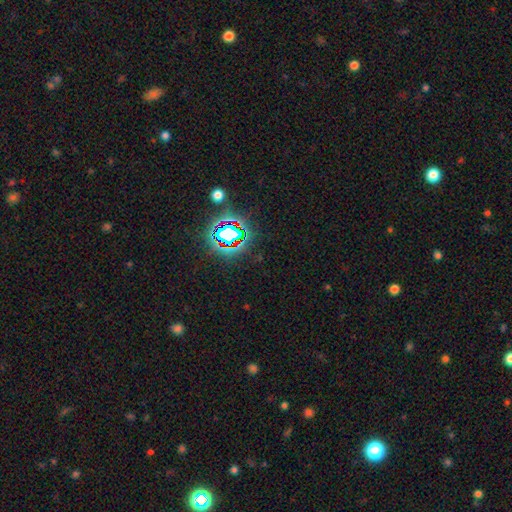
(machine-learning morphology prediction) A star or artifact, not a galaxy (77%).